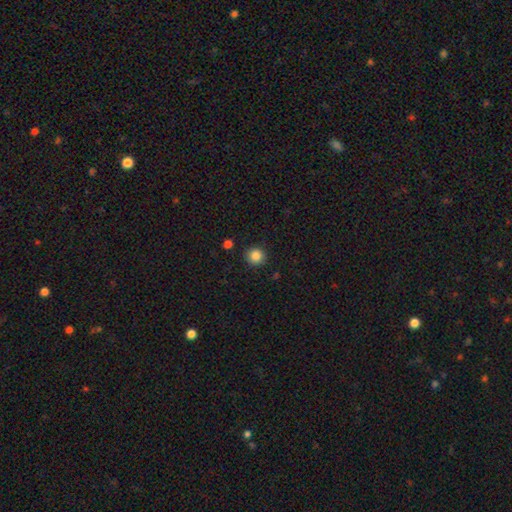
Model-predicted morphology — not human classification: smooth-or-featured: smooth: 86% | star or artifact: 10% | featured or disk: 4%
  how-rounded: round: 94% | in between: 5% | cigar-shaped: 1%
  merging: none: 91% | minor disturbance: 6% | major disturbance: 2% | merger: 2%